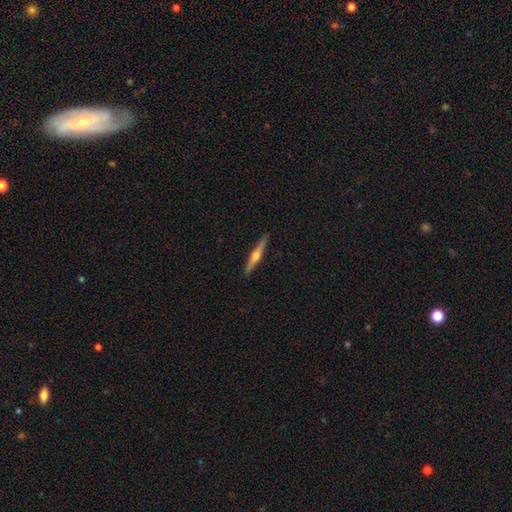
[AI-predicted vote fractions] Smooth or featured? featured or disk (59%)
Edge-on disk? yes (97%)
Edge-on bulge? rounded (89%)
Merging? none (90%)